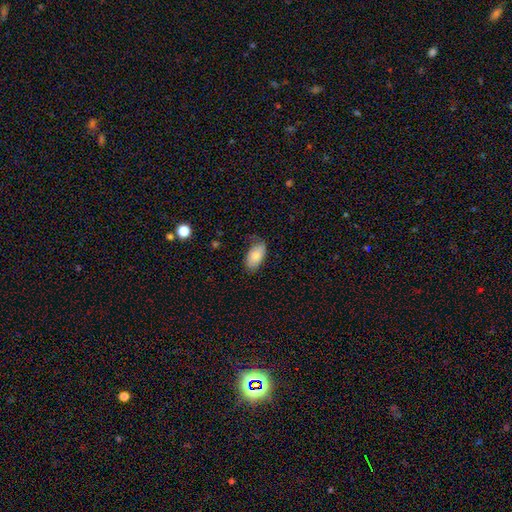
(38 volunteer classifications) Morphology: type=smooth (84%); roundness=in between (94%); merging=none (60%).